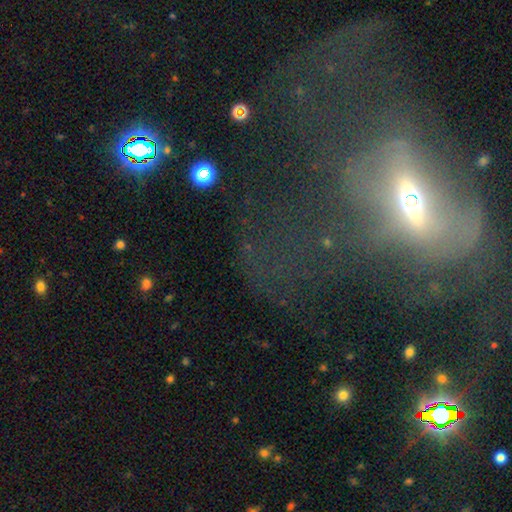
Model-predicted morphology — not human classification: type=featured or disk (45%); merging=major disturbance (45%).